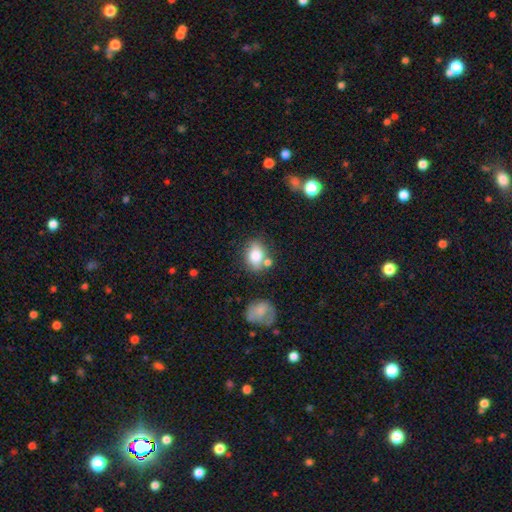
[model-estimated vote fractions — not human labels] Overall: smooth (81%). How rounded: in between (69%). Merging: none (59%).